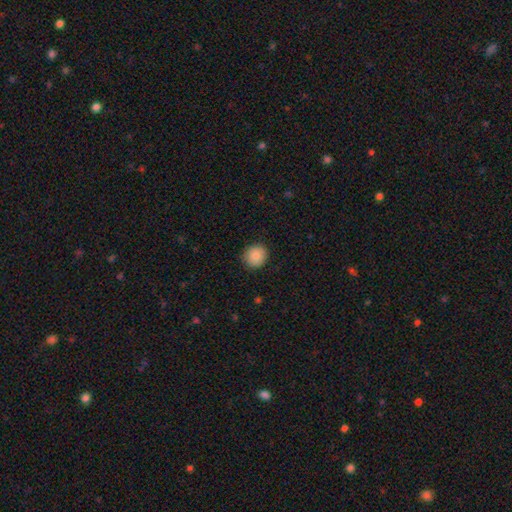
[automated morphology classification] Smooth or featured? Predicted: smooth (p=0.85). How rounded? Predicted: round (p=0.87). Merging? Predicted: none (p=0.89).